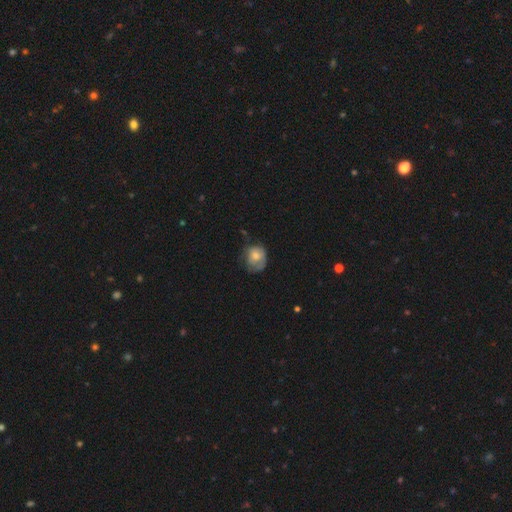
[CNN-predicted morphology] Smooth or featured? smooth (66%)
How rounded? round (64%)
Merging? none (47%)